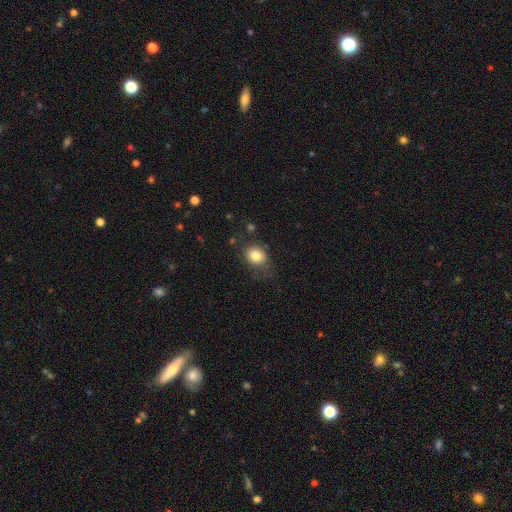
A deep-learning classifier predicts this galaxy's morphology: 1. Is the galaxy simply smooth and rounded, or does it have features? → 81% smooth, 10% star or artifact, 9% featured or disk.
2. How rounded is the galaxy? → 57% round, 42% in between, 1% cigar-shaped.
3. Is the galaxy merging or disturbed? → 64% none, 23% minor disturbance, 10% major disturbance, 2% merger.